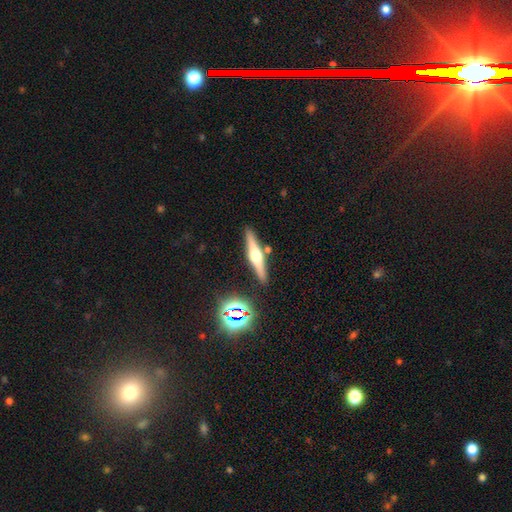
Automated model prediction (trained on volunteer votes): Smooth or featured? Predicted: featured or disk (p=0.68). Edge-on disk? Predicted: yes (p=0.97). Edge-on bulge? Predicted: rounded (p=0.94). Merging? Predicted: none (p=0.86).